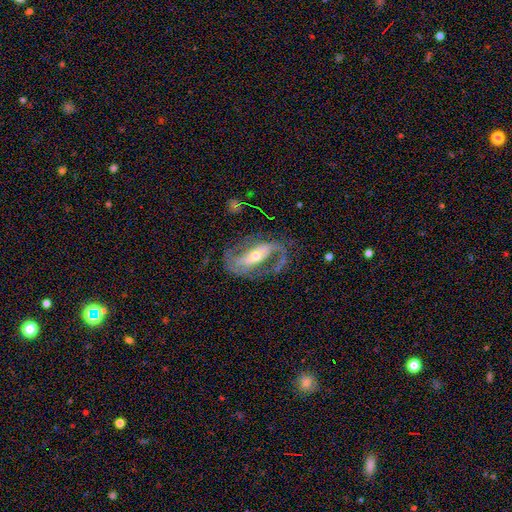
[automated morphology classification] This is clearly a featured or disk galaxy (87%). It is clearly not viewed edge-on (93%). Bar: possibly strong (52%). Spiral arm pattern: clearly yes (94%). Spiral arm count: clearly 2 (88%). Spiral winding: marginally medium (44%). Central bulge: possibly small (48%). Merging: likely none (65%).